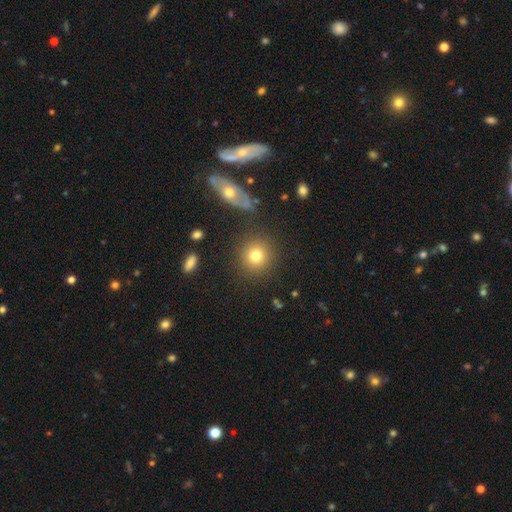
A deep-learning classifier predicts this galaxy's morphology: The model was most divided on "smooth or featured": smooth: 79%, star or artifact: 12%, featured or disk: 10%. More confident: how rounded — round (90%); merging — none (84%).